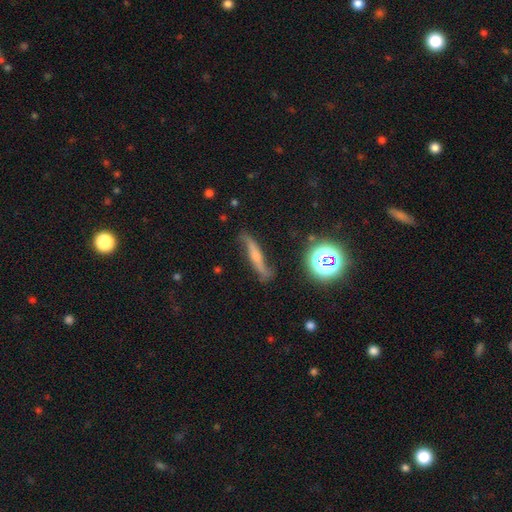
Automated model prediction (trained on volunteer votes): A featured or disk galaxy (63%) viewed edge-on (58%).

Vote fractions:
- Smooth or featured? featured or disk: 63% / smooth: 24% / star or artifact: 12%
- Edge-on disk? yes: 58% / no: 42%
- Merging? none: 73% / minor disturbance: 18% / major disturbance: 6% / merger: 2%